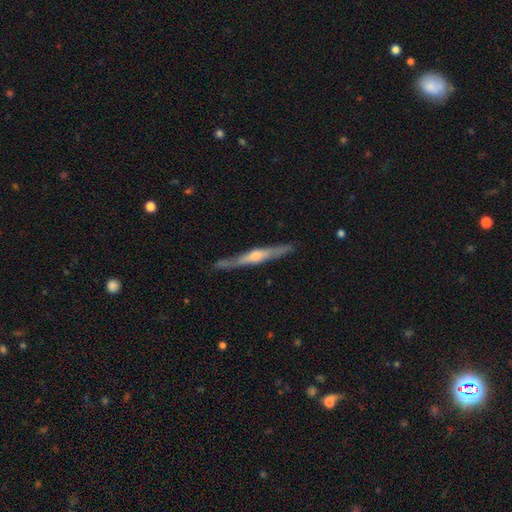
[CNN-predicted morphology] Smooth or featured?
  - featured or disk: 81% *
  - smooth: 14%
  - star or artifact: 5%
Edge-on disk?
  - yes: 97% *
  - no: 3%
Edge-on bulge?
  - rounded: 77% *
  - boxy: 13%
  - none: 10%
Merging?
  - none: 86% *
  - minor disturbance: 10%
  - major disturbance: 2%
  - merger: 1%